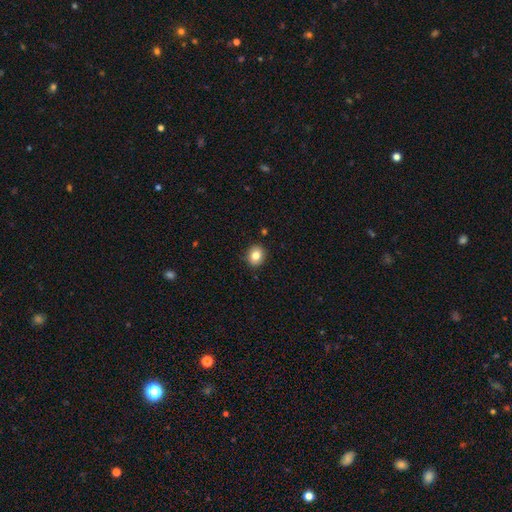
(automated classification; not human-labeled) Overall: smooth (81%). How rounded: round (69%; in between 30%). Merging: none (89%).